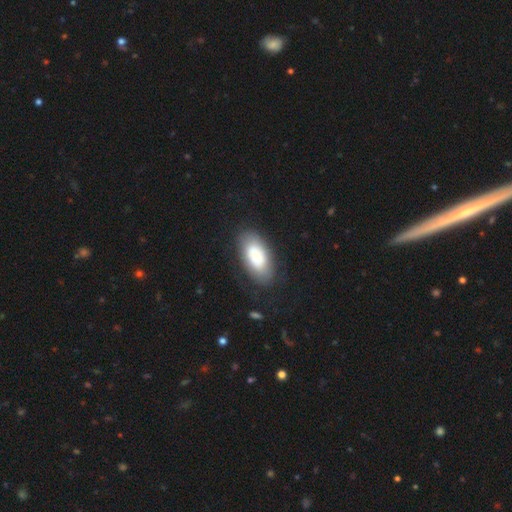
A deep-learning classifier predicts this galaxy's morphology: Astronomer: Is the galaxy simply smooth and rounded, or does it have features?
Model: smooth — 75%.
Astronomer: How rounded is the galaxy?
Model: in between — 93%.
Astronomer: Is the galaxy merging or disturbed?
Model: none — 78%.